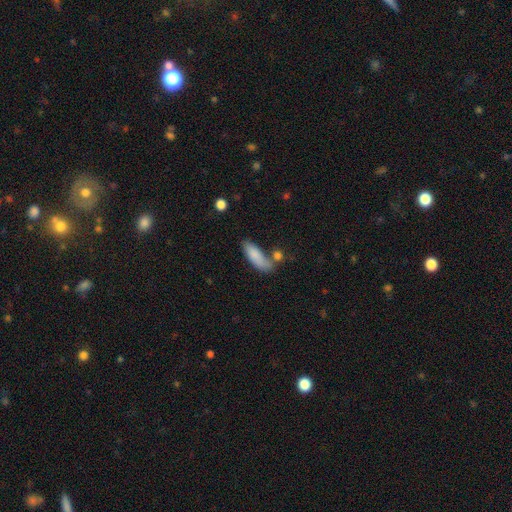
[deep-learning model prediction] This appears to be a smooth galaxy with no disk features (83%) that is in between round and cigar-shaped (64%). Merging: none (52%).